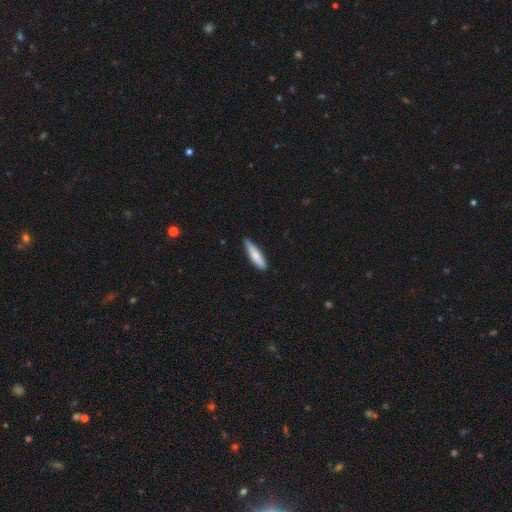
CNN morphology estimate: Smooth or featured? smooth (75%)
How rounded? cigar-shaped (80%)
Merging? none (83%)